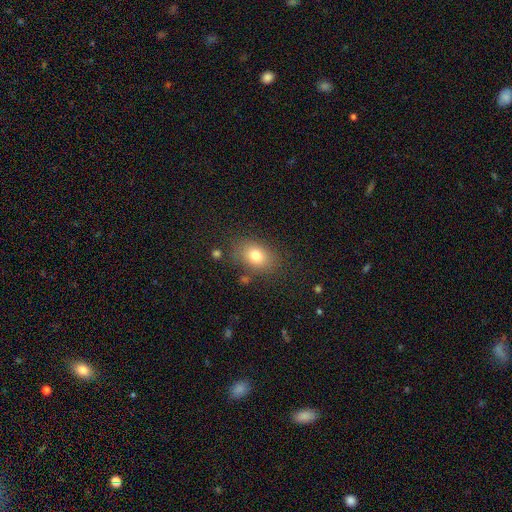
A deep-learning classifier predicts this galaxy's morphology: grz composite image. It shows a smooth galaxy with no disk features (78%) that is in between round and cigar-shaped (72%). Merging: none (79%).